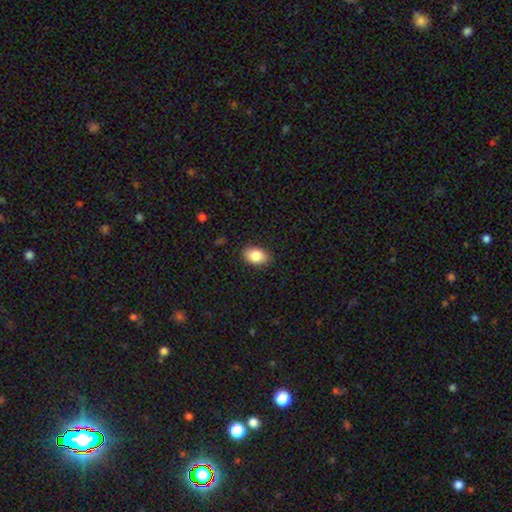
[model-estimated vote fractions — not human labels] smooth-or-featured: smooth: 85% | star or artifact: 8% | featured or disk: 8%
  how-rounded: in between: 86% | round: 13% | cigar-shaped: 1%
  merging: none: 88% | minor disturbance: 9% | major disturbance: 2% | merger: 1%